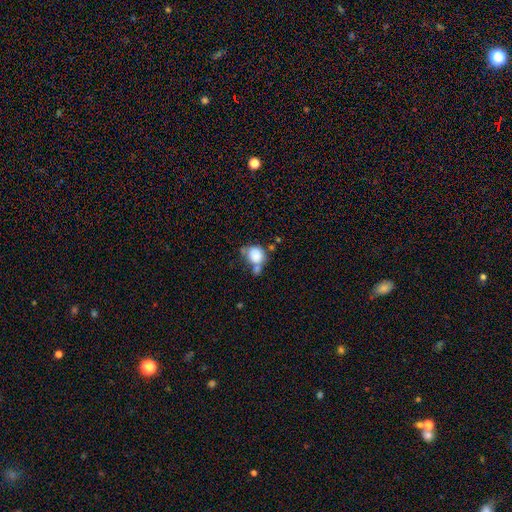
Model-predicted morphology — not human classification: A smooth galaxy with no disk features (80%) that is round (62%).

Vote fractions:
- Smooth or featured? smooth: 80% / featured or disk: 11% / star or artifact: 9%
- How rounded? round: 62% / in between: 37% / cigar-shaped: 1%
- Merging? merger: 39% / none: 32% / minor disturbance: 18% / major disturbance: 11%